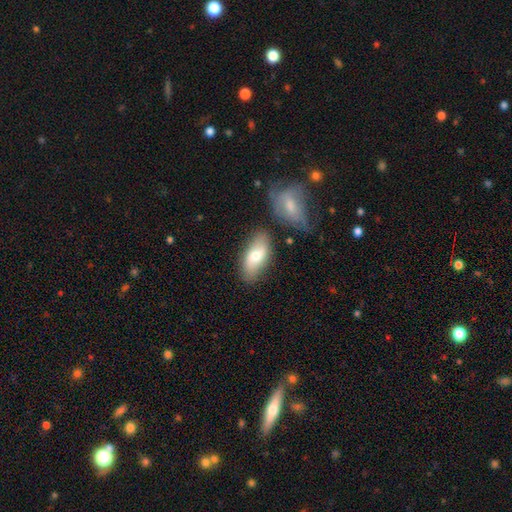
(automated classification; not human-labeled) smooth_or_featured: smooth (p=0.66) [alt: featured or disk p=0.28]
how_rounded: in between (p=0.88) [alt: cigar-shaped p=0.09]
merging: none (p=0.73) [alt: minor disturbance p=0.15]